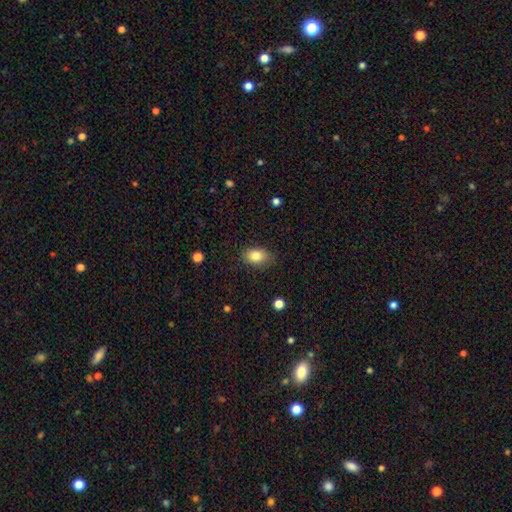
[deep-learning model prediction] This is clearly a smooth galaxy (82%). How rounded: clearly in between (82%). Merging: likely none (80%).